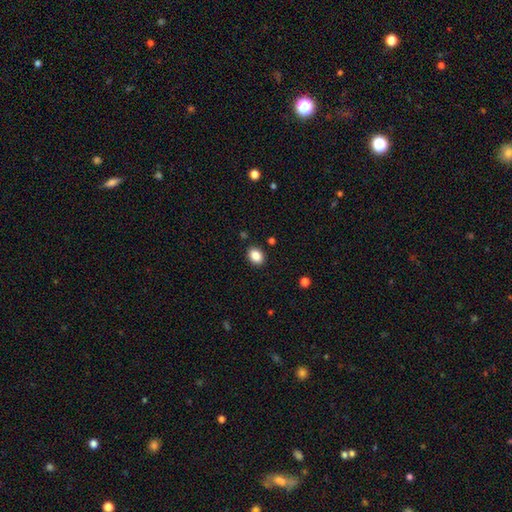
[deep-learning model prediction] Morphology: type=smooth (86%); roundness=in between (62%); merging=none (88%).